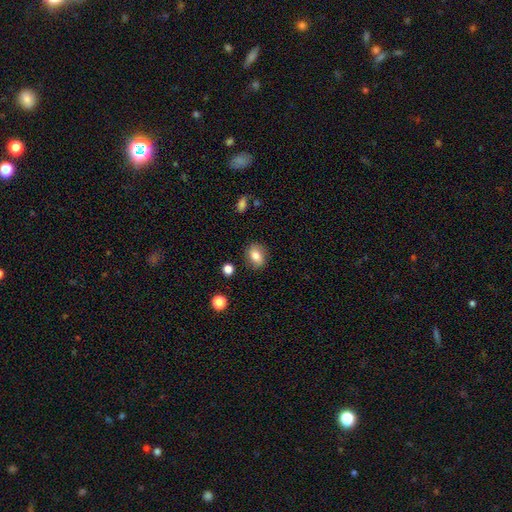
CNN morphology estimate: The model was most divided on "how rounded": in between: 65%, round: 33%, cigar-shaped: 2%. More confident: merging — none (83%); smooth or featured — smooth (80%).